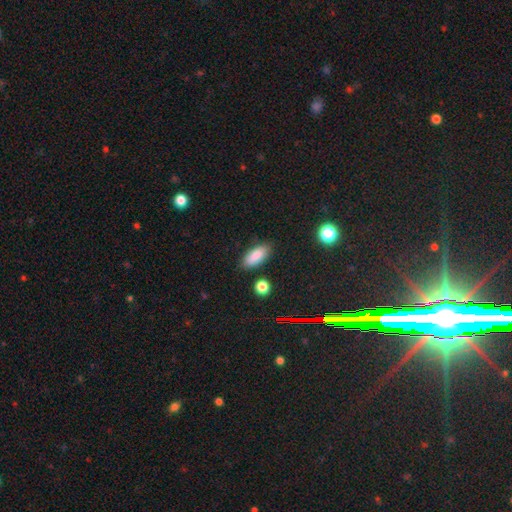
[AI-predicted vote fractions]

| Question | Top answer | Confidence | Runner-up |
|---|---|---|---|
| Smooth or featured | smooth | 86% | star or artifact (8%) |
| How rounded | in between | 84% | cigar-shaped (13%) |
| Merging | none | 84% | minor disturbance (11%) |